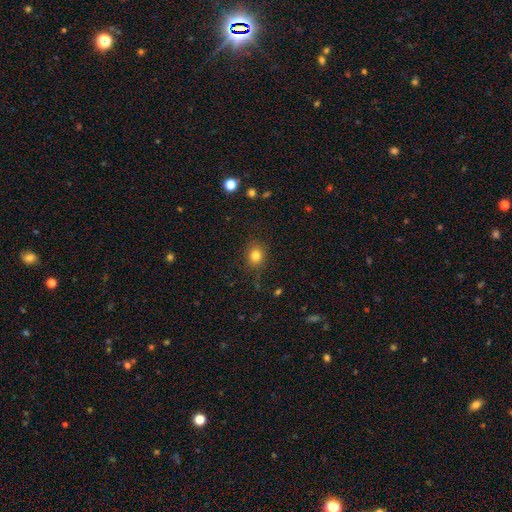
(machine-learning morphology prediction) type=smooth (82%); roundness=round (69%); merging=none (84%).